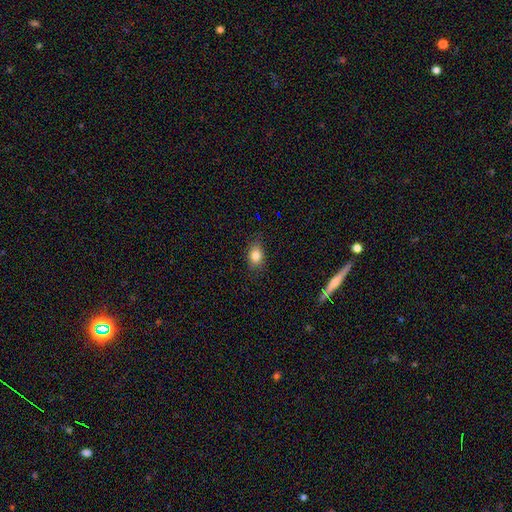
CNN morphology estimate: smooth-or-featured: smooth: 82% | star or artifact: 10% | featured or disk: 8%
  how-rounded: in between: 68% | round: 30% | cigar-shaped: 2%
  merging: none: 82% | minor disturbance: 14% | major disturbance: 3% | merger: 1%